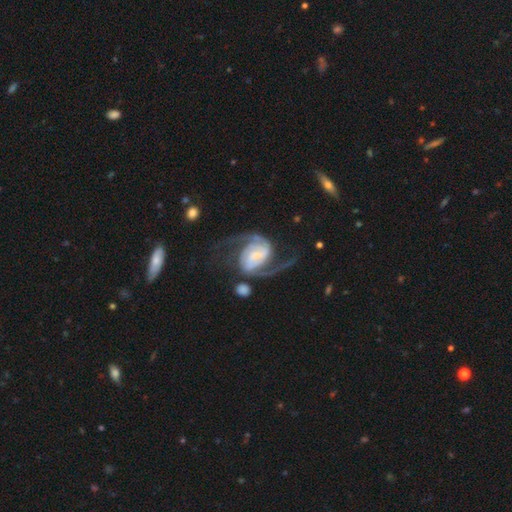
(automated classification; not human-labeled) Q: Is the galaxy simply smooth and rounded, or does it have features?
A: featured or disk — 92%.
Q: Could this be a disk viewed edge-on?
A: no — 98%.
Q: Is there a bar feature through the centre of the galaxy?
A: weak — 44%.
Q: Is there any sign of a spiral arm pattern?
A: yes — 98%.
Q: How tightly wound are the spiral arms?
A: medium — 52%.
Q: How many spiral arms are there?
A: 2 — 92%.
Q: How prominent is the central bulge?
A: small — 45%.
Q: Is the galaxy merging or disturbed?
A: none — 63%.